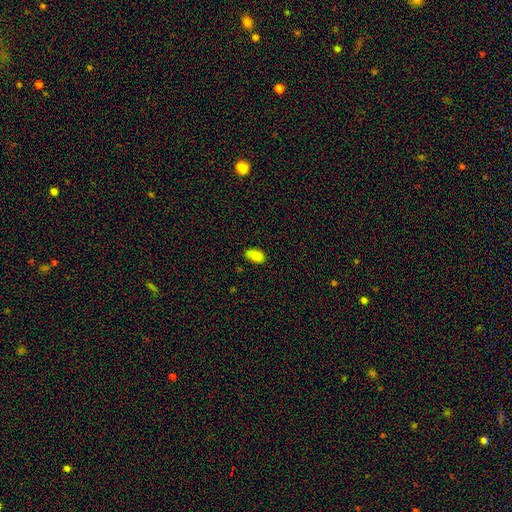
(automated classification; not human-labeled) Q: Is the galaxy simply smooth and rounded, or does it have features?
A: smooth — 86%.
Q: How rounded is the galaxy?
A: in between — 92%.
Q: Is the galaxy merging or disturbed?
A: none — 69%.